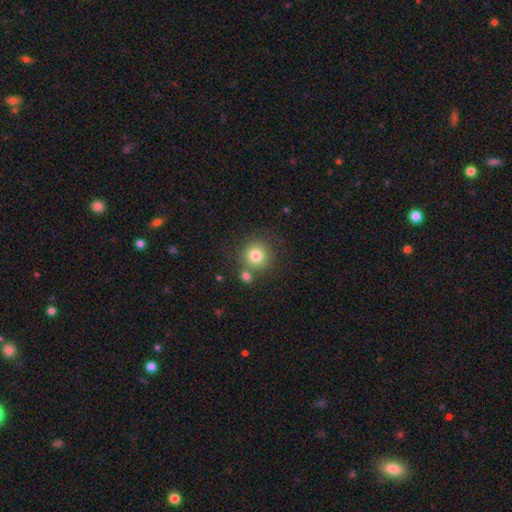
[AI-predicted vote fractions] Smooth or featured?
  - smooth: 80% *
  - star or artifact: 12%
  - featured or disk: 9%
How rounded?
  - round: 93% *
  - in between: 6%
  - cigar-shaped: 1%
Merging?
  - none: 73% *
  - merger: 14%
  - minor disturbance: 9%
  - major disturbance: 3%